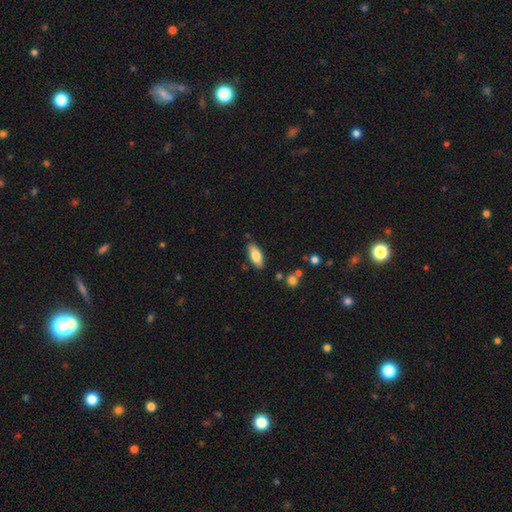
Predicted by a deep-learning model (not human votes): This is likely a smooth galaxy (79%). How rounded: clearly in between (82%). Merging: clearly none (84%).